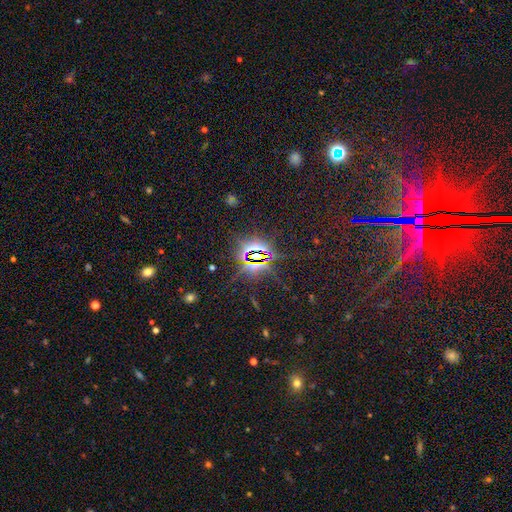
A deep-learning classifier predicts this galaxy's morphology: smooth-or-featured: star or artifact: 83% | smooth: 9% | featured or disk: 8%